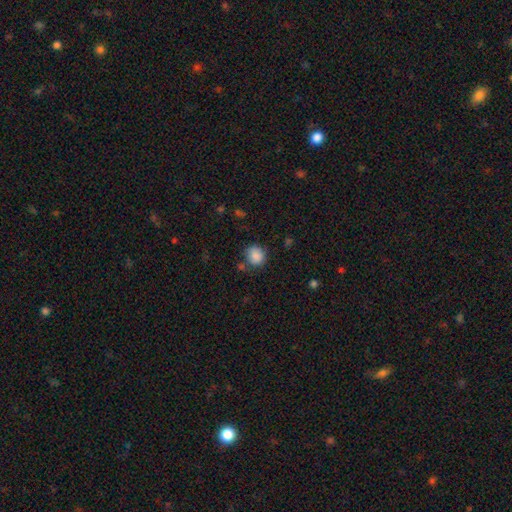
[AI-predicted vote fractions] smooth-or-featured: smooth: 87% | star or artifact: 9% | featured or disk: 5%
  how-rounded: round: 82% | in between: 17% | cigar-shaped: 1%
  merging: none: 73% | minor disturbance: 16% | merger: 6% | major disturbance: 5%